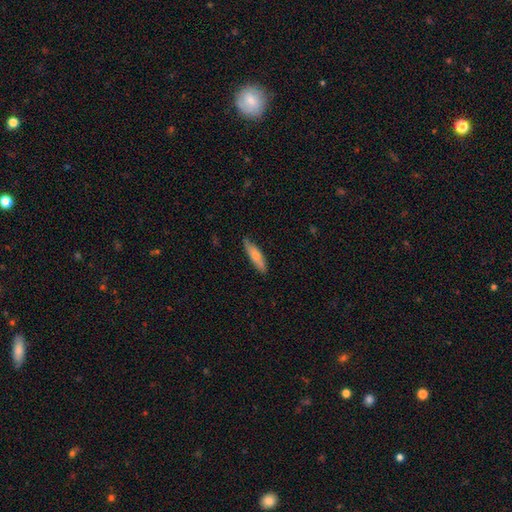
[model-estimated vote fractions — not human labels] A smooth galaxy with no disk features (74%) that is cigar-shaped (74%).

Vote fractions:
- Smooth or featured? smooth: 74% / featured or disk: 20% / star or artifact: 6%
- How rounded? cigar-shaped: 74% / in between: 24% / round: 2%
- Merging? none: 81% / minor disturbance: 16% / major disturbance: 2% / merger: 1%